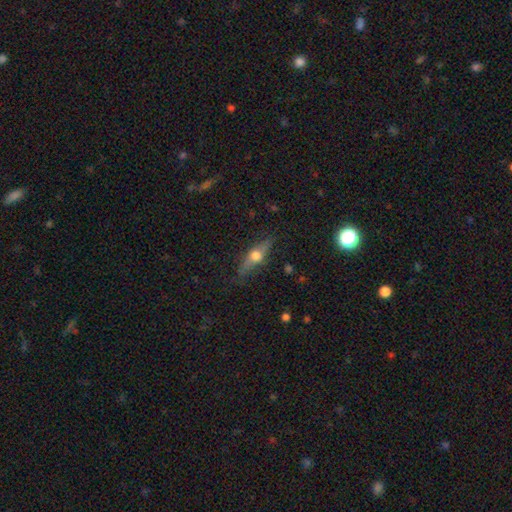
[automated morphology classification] smooth_or_featured: featured or disk (p=0.50) [alt: smooth p=0.42]
disk_edge_on: yes (p=0.89) [alt: no p=0.11]
merging: none (p=0.80) [alt: minor disturbance p=0.15]